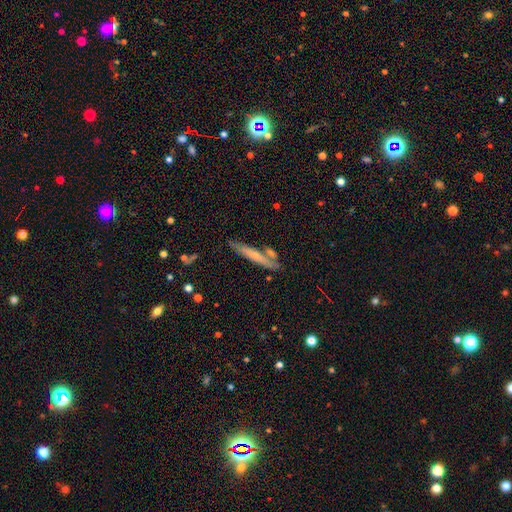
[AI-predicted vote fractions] smooth_or_featured: smooth (p=0.49) [alt: featured or disk p=0.44]
merging: none (p=0.71) [alt: minor disturbance p=0.14]